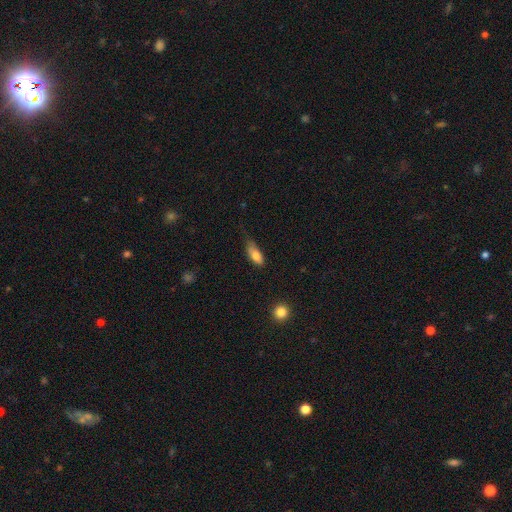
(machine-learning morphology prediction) Overall: smooth (79%). How rounded: in between (78%). Merging: minor disturbance (42%; none 41%).